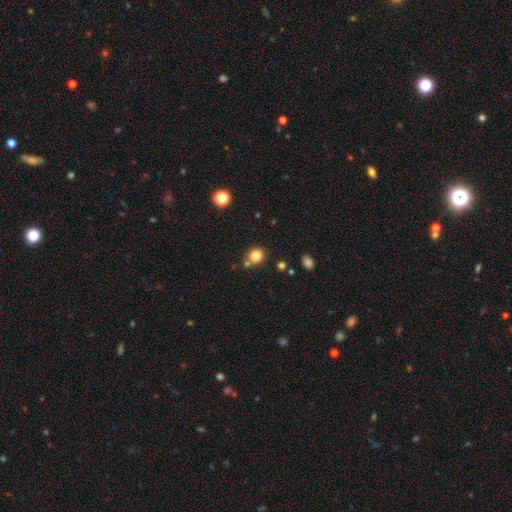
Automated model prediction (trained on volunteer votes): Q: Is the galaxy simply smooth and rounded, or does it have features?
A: smooth — 84%.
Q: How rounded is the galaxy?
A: round — 82%.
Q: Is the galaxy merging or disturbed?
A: none — 67%.